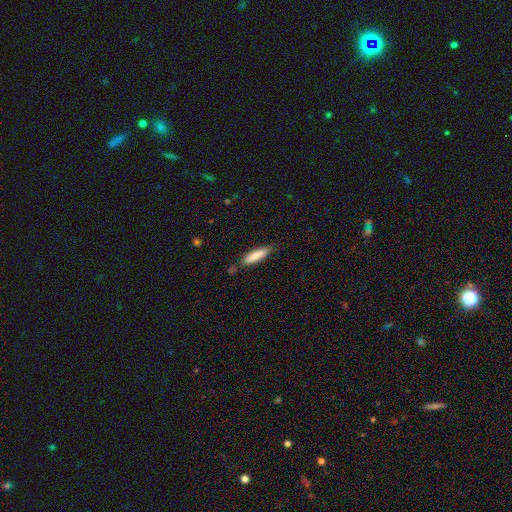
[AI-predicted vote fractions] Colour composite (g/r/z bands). It shows a smooth galaxy with no disk features (82%) that is cigar-shaped (76%). Merging: none (79%).